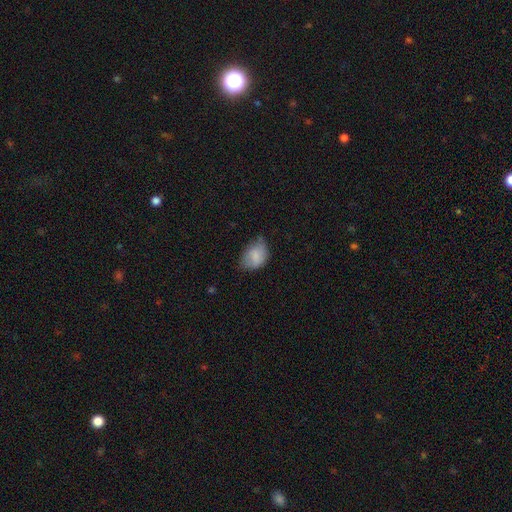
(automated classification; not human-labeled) The model was most divided on "merging": minor disturbance: 47%, none: 38%, major disturbance: 13%, merger: 2%. More confident: smooth or featured — smooth (80%); how rounded — in between (78%).